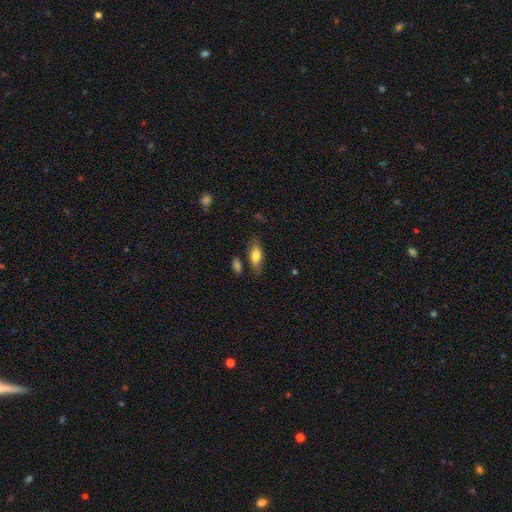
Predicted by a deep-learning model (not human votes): smooth_or_featured: smooth (p=0.72) [alt: featured or disk p=0.21]
how_rounded: in between (p=0.76) [alt: cigar-shaped p=0.20]
merging: none (p=0.75) [alt: minor disturbance p=0.16]